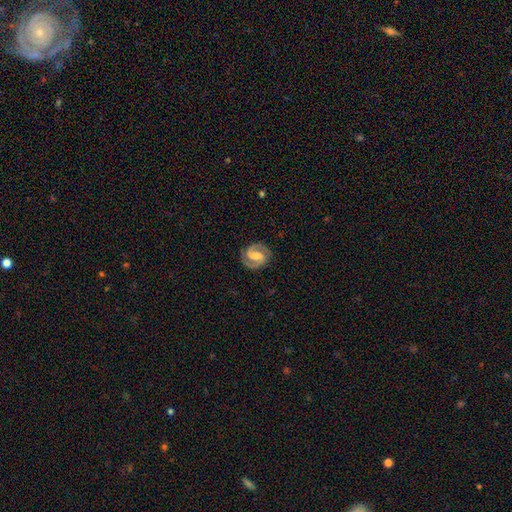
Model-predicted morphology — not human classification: Smooth or featured? featured or disk (89%)
Edge-on disk? no (98%)
Bar? weak (46%)
Spiral arms? yes (98%)
Spiral winding? medium (51%)
Spiral arm count? 2 (93%)
Bulge size? moderate (54%)
Merging? none (87%)